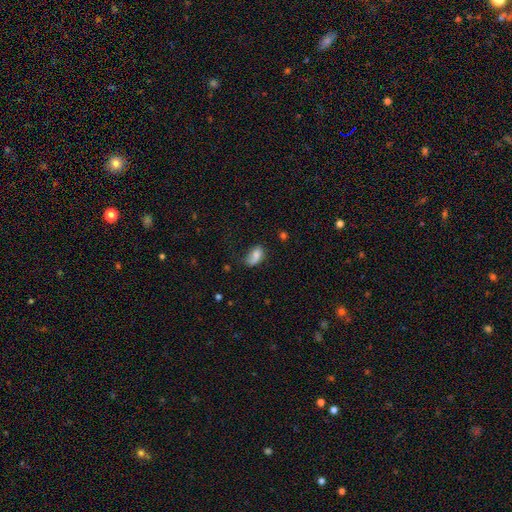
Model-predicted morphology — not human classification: smooth_or_featured: smooth (p=0.76) [alt: featured or disk p=0.15]
how_rounded: in between (p=0.89) [alt: round p=0.09]
merging: none (p=0.42) [alt: minor disturbance p=0.32]